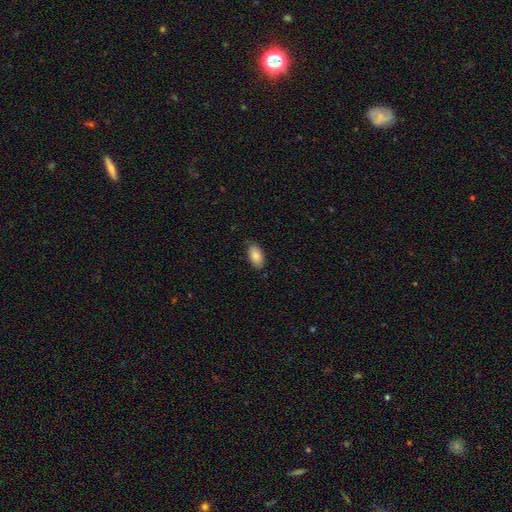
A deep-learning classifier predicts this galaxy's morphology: Smooth or featured: smooth — 84% (featured or disk — 9%)
How rounded: in between — 94% (round — 4%)
Merging: none — 84% (minor disturbance — 13%)